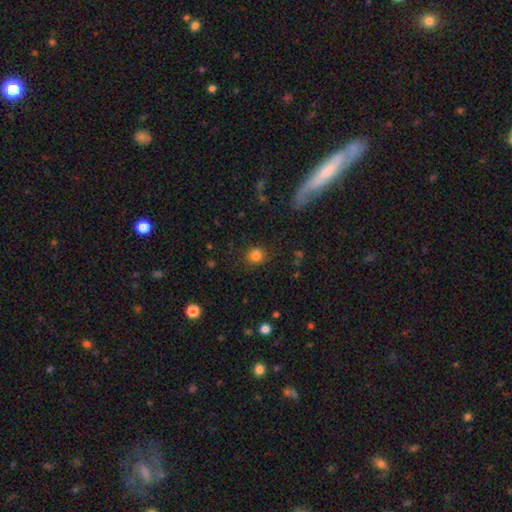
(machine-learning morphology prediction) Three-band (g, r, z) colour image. It shows a smooth galaxy with no disk features (81%) that is round (81%). Merging: none (80%).